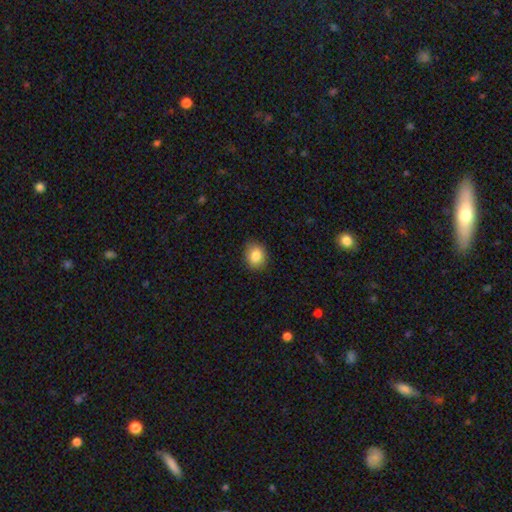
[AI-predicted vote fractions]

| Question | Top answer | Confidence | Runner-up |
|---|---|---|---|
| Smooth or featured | smooth | 85% | star or artifact (9%) |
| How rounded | round | 58% | in between (41%) |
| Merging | none | 87% | minor disturbance (9%) |